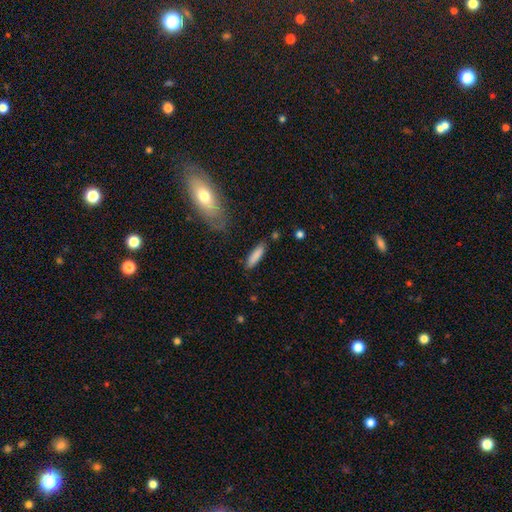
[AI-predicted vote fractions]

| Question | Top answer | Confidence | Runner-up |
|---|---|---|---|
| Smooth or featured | smooth | 84% | featured or disk (10%) |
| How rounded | cigar-shaped | 66% | in between (32%) |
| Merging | none | 81% | minor disturbance (13%) |